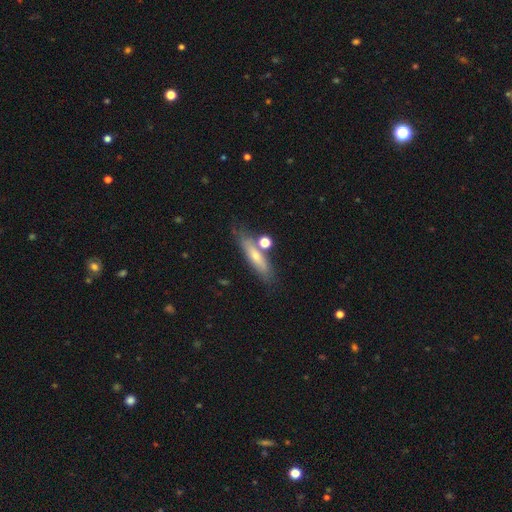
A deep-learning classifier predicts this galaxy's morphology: smooth 54%, featured or disk 38%, star or artifact 8%. Down the decision tree: how rounded — cigar-shaped (67%); merging — none (66%).